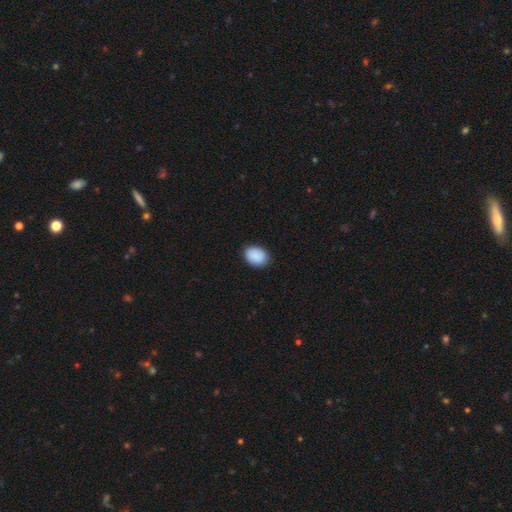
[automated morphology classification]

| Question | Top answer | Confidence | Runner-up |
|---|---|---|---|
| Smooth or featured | smooth | 91% | star or artifact (6%) |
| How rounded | in between | 75% | round (24%) |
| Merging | none | 88% | minor disturbance (10%) |